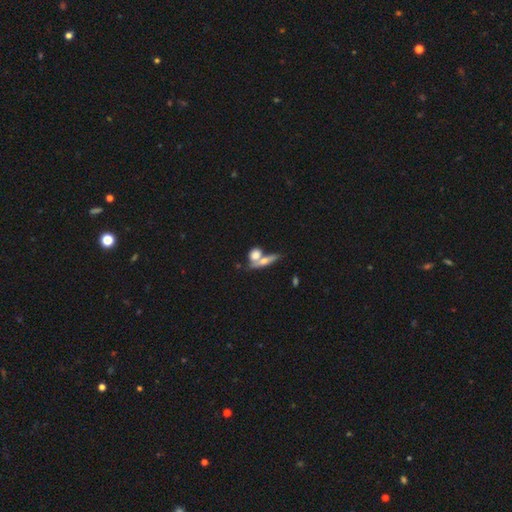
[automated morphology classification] smooth 70%, featured or disk 21%, star or artifact 10%. Down the decision tree: how rounded — in between (42%); merging — merger (48%).